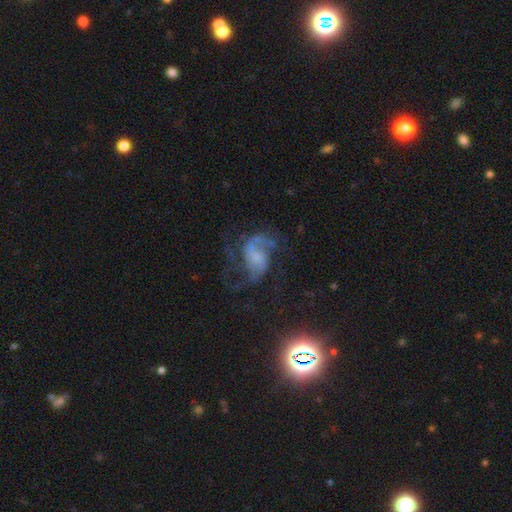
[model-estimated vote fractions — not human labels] Smooth or featured? Predicted: featured or disk (p=0.75). Edge-on disk? Predicted: no (p=0.97). Bar? Predicted: no (p=0.46). Spiral arms? Predicted: yes (p=0.88). Spiral winding? Predicted: loose (p=0.47). Spiral arm count? Predicted: 2 (p=0.68). Bulge size? Predicted: small (p=0.36). Merging? Predicted: none (p=0.48).